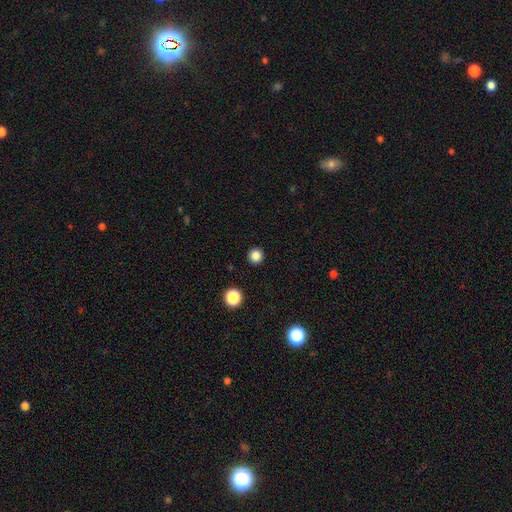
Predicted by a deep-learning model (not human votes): A smooth galaxy with no disk features (85%) that is round (95%).

Vote fractions:
- Smooth or featured? smooth: 85% / star or artifact: 12% / featured or disk: 3%
- How rounded? round: 95% / in between: 4% / cigar-shaped: 1%
- Merging? none: 93% / minor disturbance: 4% / major disturbance: 2% / merger: 1%